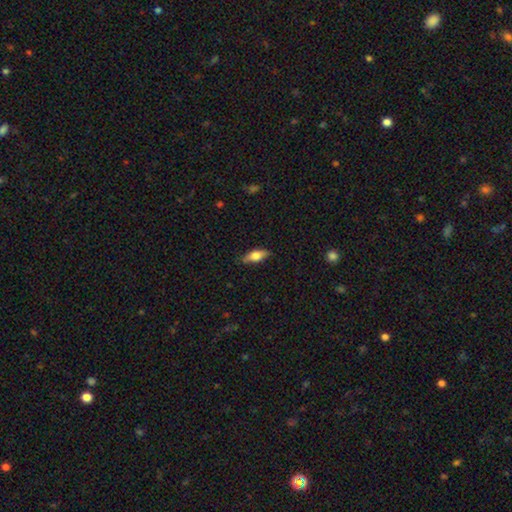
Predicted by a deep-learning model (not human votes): This appears to be a smooth galaxy with no disk features (67%) that is in between round and cigar-shaped (73%). Merging: none (82%).